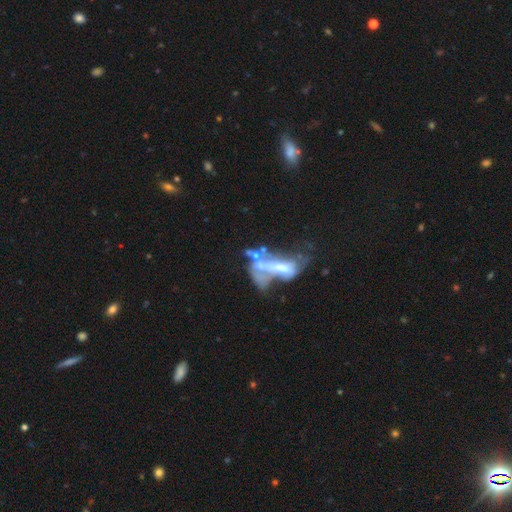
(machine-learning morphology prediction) A featured or disk galaxy (54%).

Vote fractions:
- Smooth or featured? featured or disk: 54% / smooth: 32% / star or artifact: 15%
- Edge-on disk? no: 90% / yes: 10%
- Merging? merger: 45% / major disturbance: 32% / none: 14% / minor disturbance: 9%